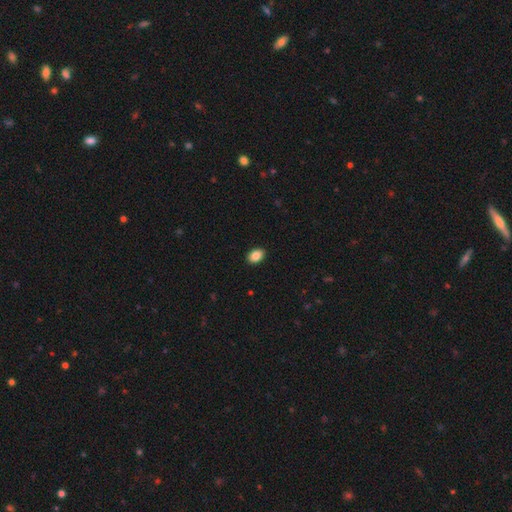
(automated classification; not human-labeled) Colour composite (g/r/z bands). It shows a smooth galaxy with no disk features (88%) that is in between round and cigar-shaped (83%). Merging: none (91%).